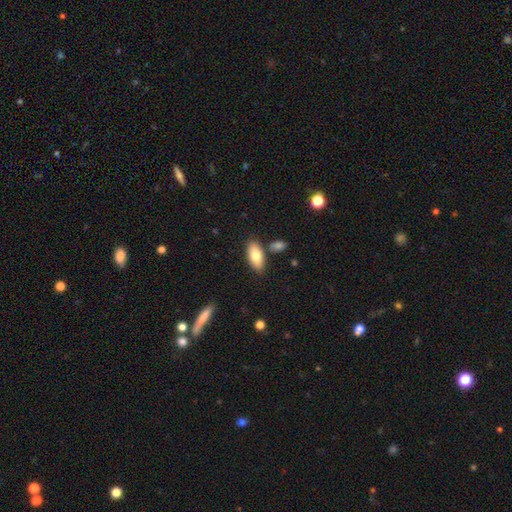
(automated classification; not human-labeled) The model was most divided on "smooth or featured": smooth: 76%, featured or disk: 18%, star or artifact: 6%. More confident: how rounded — in between (89%); merging — none (80%).